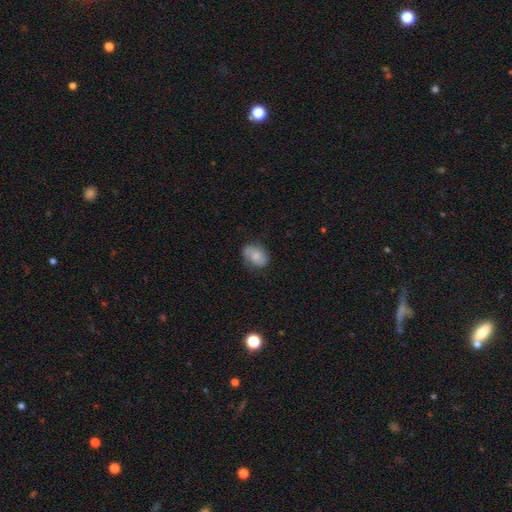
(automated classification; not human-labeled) Smooth or featured: smooth — 59% (featured or disk — 33%)
How rounded: in between — 72% (round — 27%)
Merging: none — 67% (minor disturbance — 24%)